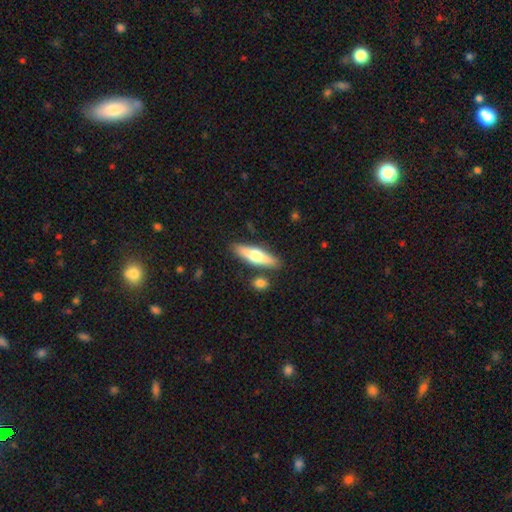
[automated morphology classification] smooth 51%, featured or disk 44%, star or artifact 6%. Down the decision tree: how rounded — cigar-shaped (67%); merging — none (82%).